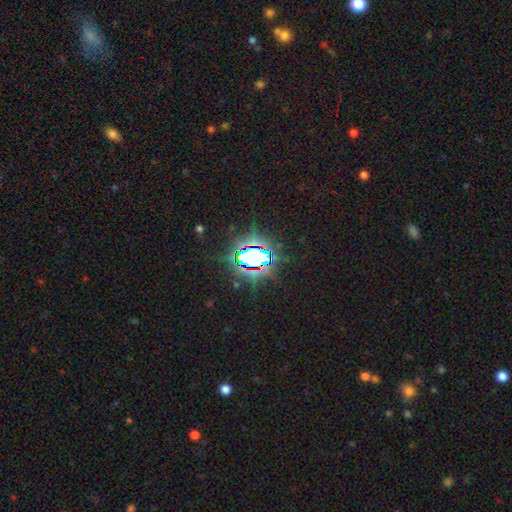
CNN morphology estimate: The model was most divided on "smooth or featured": star or artifact: 76%, smooth: 13%, featured or disk: 11%.